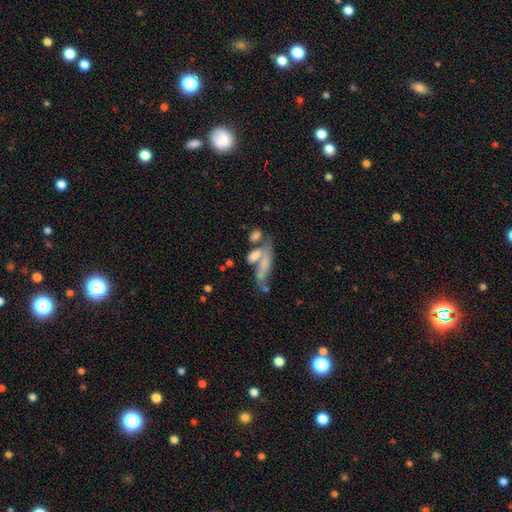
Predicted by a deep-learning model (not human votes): smooth-or-featured: smooth: 61% | featured or disk: 30% | star or artifact: 9%
  how-rounded: in between: 54% | cigar-shaped: 40% | round: 5%
  merging: merger: 44% | none: 31% | minor disturbance: 14% | major disturbance: 11%